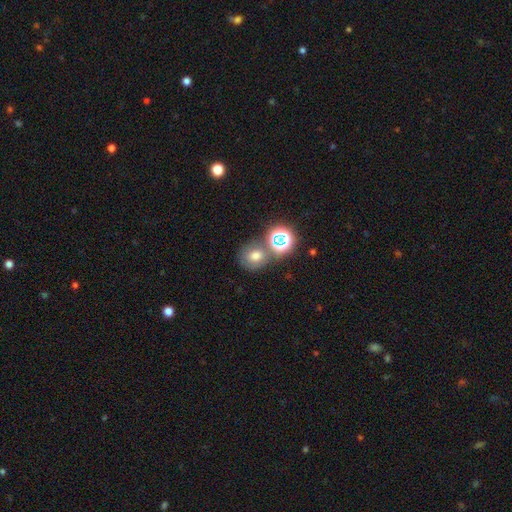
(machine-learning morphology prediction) smooth 66%, star or artifact 22%, featured or disk 12%. Down the decision tree: how rounded — round (75%); merging — none (62%).